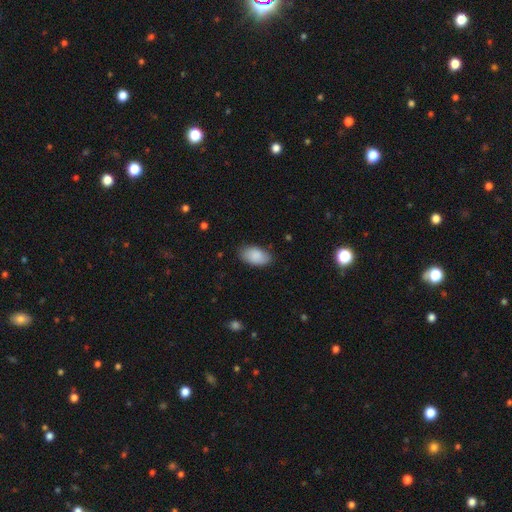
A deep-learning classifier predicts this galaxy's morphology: type=smooth (88%); roundness=in between (94%); merging=none (80%).